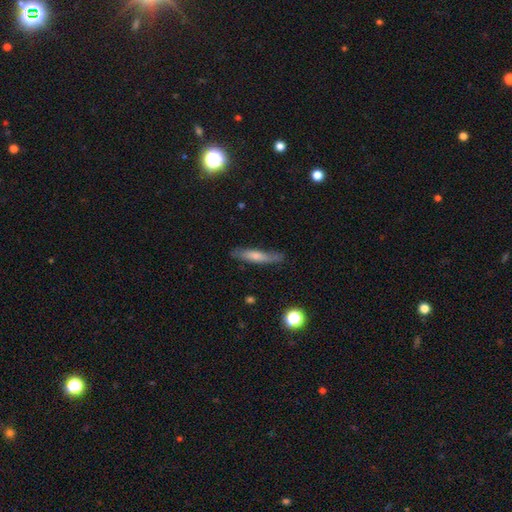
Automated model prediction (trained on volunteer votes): Smooth or featured?
  - smooth: 52% *
  - featured or disk: 39%
  - star or artifact: 9%
How rounded?
  - cigar-shaped: 87% *
  - in between: 11%
  - round: 2%
Merging?
  - none: 79% *
  - minor disturbance: 16%
  - major disturbance: 3%
  - merger: 2%